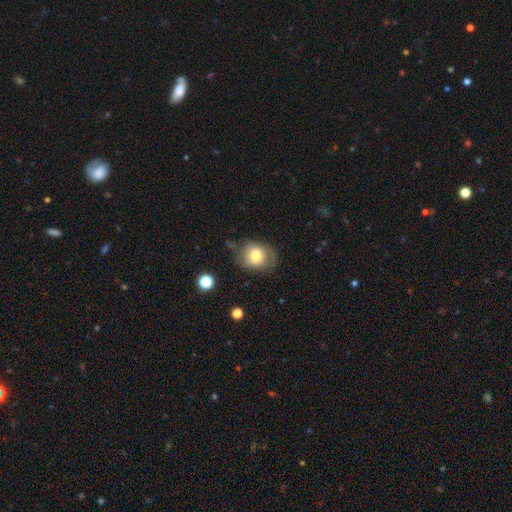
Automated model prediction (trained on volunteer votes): Morphology: type=smooth (65%); roundness=round (53%); merging=none (58%).